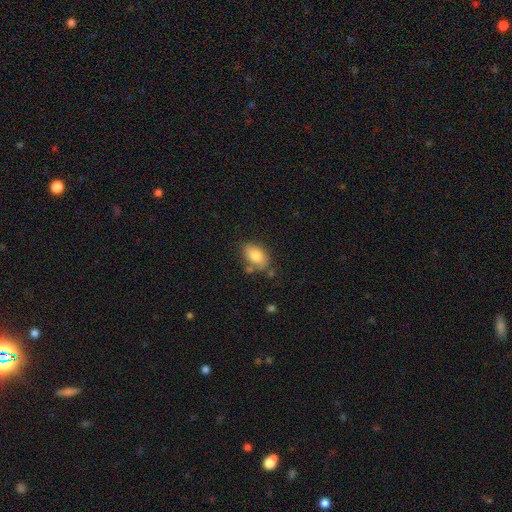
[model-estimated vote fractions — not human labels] This appears to be a smooth galaxy with no disk features (78%) that is in between round and cigar-shaped (88%). Merging: none (65%).